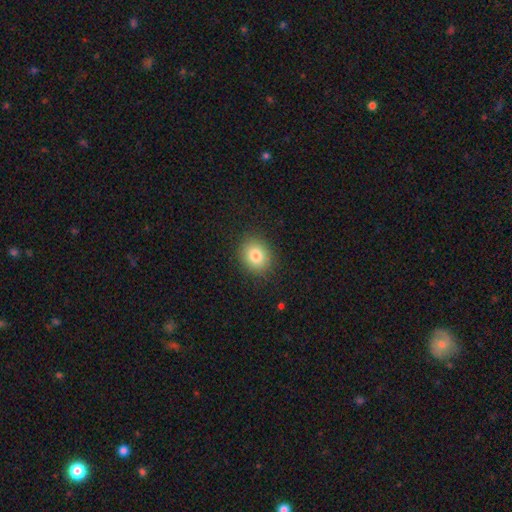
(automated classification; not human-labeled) Smooth or featured? Predicted: smooth (p=0.82). How rounded? Predicted: round (p=0.67). Merging? Predicted: none (p=0.88).